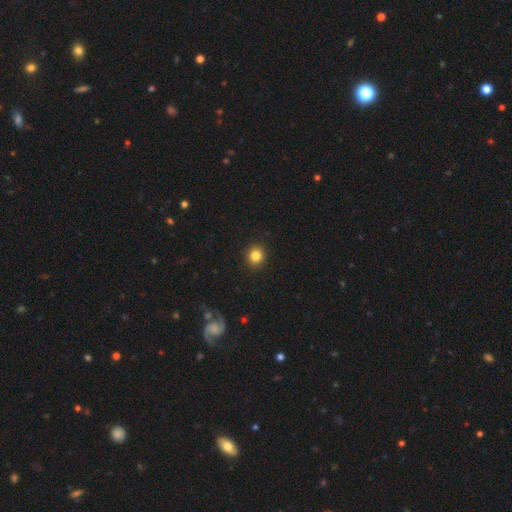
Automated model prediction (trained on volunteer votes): Smooth or featured?
  - smooth: 84% *
  - star or artifact: 11%
  - featured or disk: 5%
How rounded?
  - round: 84% *
  - in between: 15%
  - cigar-shaped: 1%
Merging?
  - none: 92% *
  - minor disturbance: 5%
  - major disturbance: 2%
  - merger: 1%